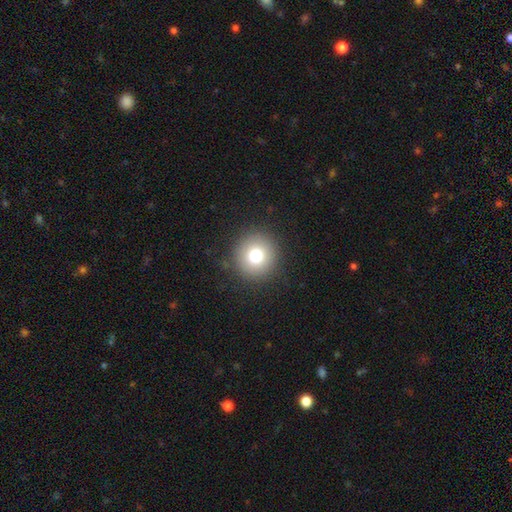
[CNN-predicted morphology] Smooth or featured? smooth (77%)
How rounded? round (94%)
Merging? none (90%)